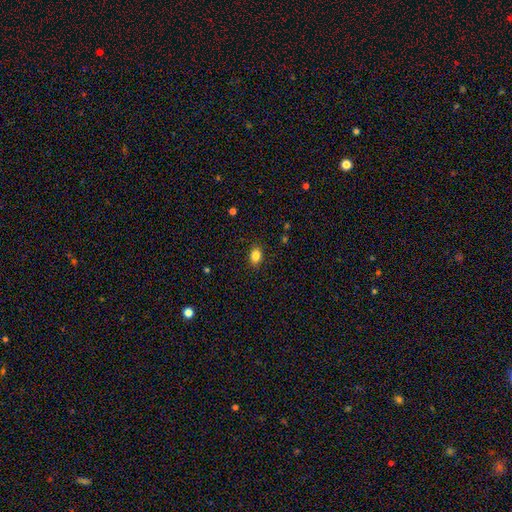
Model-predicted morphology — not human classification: The model was most divided on "how rounded": in between: 79%, round: 20%, cigar-shaped: 1%. More confident: merging — none (88%); smooth or featured — smooth (84%).